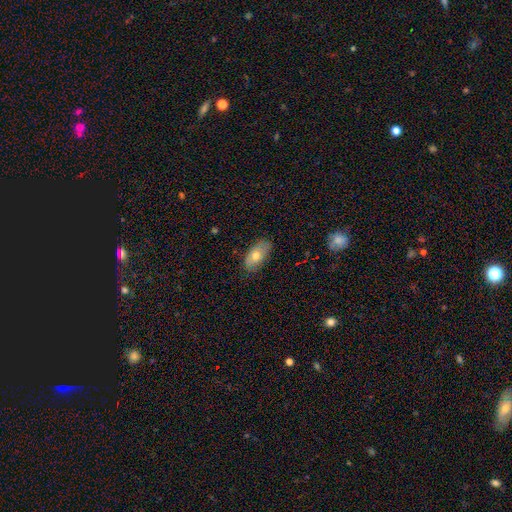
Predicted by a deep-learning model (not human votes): smooth-or-featured: smooth: 66% | featured or disk: 27% | star or artifact: 7%
  how-rounded: in between: 92% | round: 4% | cigar-shaped: 4%
  merging: none: 80% | minor disturbance: 16% | major disturbance: 3% | merger: 1%